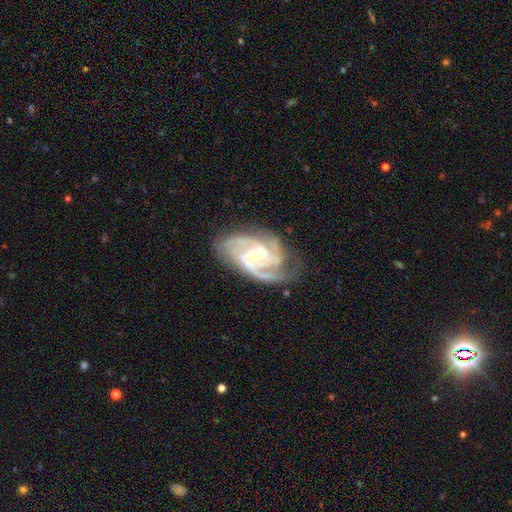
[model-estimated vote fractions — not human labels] featured or disk 91%, star or artifact 4%, smooth 4%. Down the decision tree: edge-on disk — no (97%); bar — no (51%); spiral arms — yes (98%); spiral arm count — 3 (50%); spiral winding — tight (52%); bulge size — small (55%); merging — none (70%).